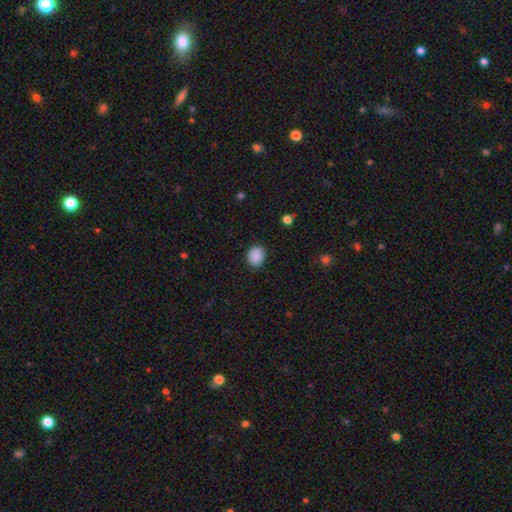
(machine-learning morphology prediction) Smooth or featured? smooth (89%)
How rounded? round (56%)
Merging? none (87%)